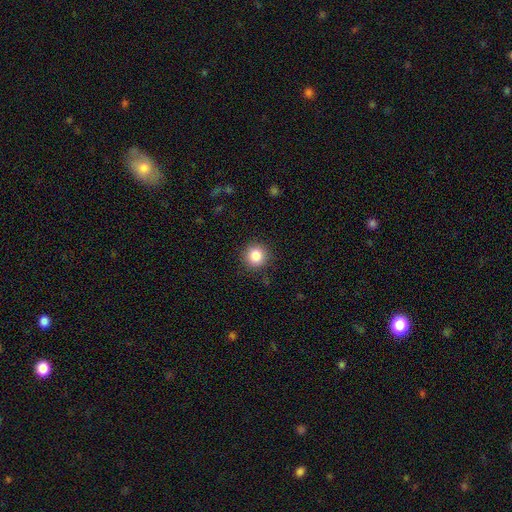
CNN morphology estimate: Smooth or featured? Predicted: smooth (p=0.85). How rounded? Predicted: round (p=0.93). Merging? Predicted: none (p=0.90).